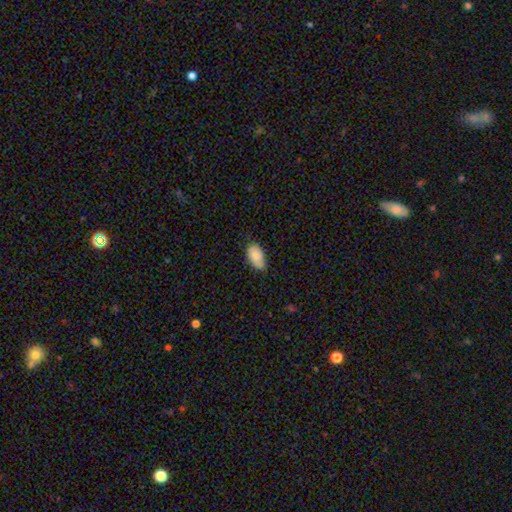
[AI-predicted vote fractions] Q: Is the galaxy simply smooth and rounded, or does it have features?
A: smooth — 85%.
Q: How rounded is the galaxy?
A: in between — 94%.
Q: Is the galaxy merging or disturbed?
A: none — 64%.